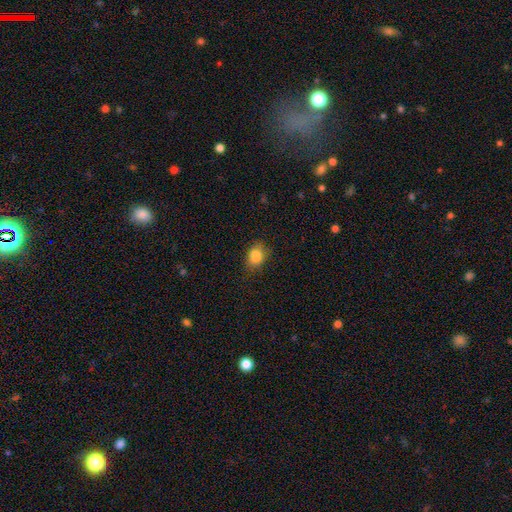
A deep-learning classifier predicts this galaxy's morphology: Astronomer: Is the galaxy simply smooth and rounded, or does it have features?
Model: smooth — 84%.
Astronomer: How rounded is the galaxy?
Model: in between — 66%.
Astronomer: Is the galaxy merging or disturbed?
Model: none — 72%.